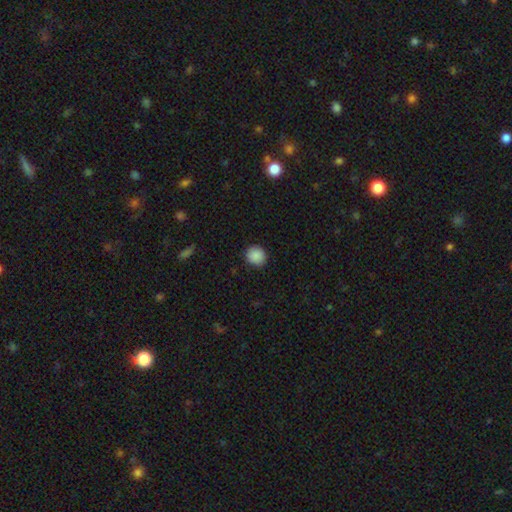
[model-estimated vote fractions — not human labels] smooth-or-featured: smooth: 89% | star or artifact: 9% | featured or disk: 3%
  how-rounded: round: 89% | in between: 10% | cigar-shaped: 1%
  merging: none: 89% | minor disturbance: 8% | major disturbance: 2% | merger: 1%